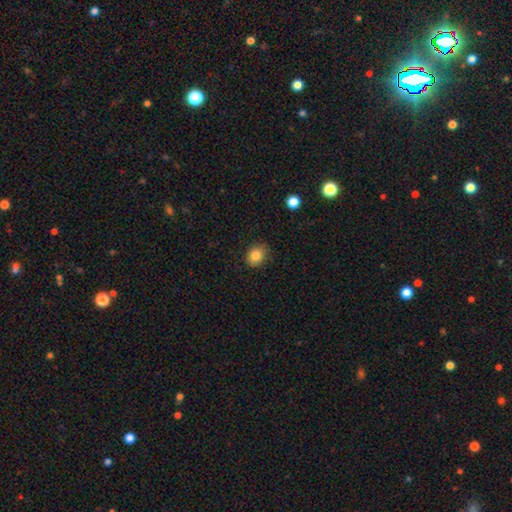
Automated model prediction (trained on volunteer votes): Morphology: type=smooth (84%); roundness=in between (51%); merging=none (83%).